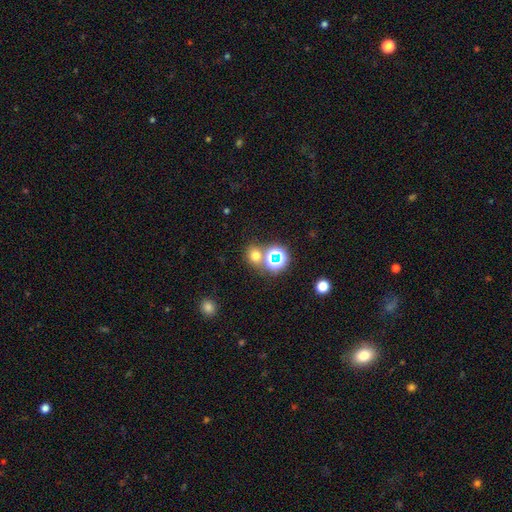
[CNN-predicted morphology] Smooth or featured? smooth (62%)
How rounded? round (75%)
Merging? none (66%)